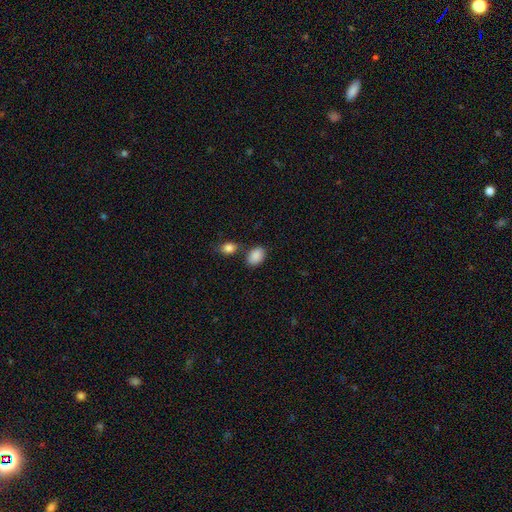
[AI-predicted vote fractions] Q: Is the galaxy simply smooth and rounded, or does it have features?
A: smooth — 89%.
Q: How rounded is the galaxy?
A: in between — 84%.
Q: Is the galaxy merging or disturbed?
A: none — 68%.